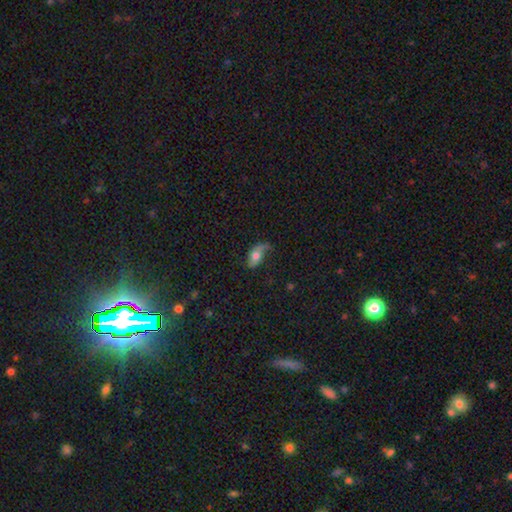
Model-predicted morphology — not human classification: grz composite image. It shows a featured or disk galaxy (47%). Merging: none (52%).